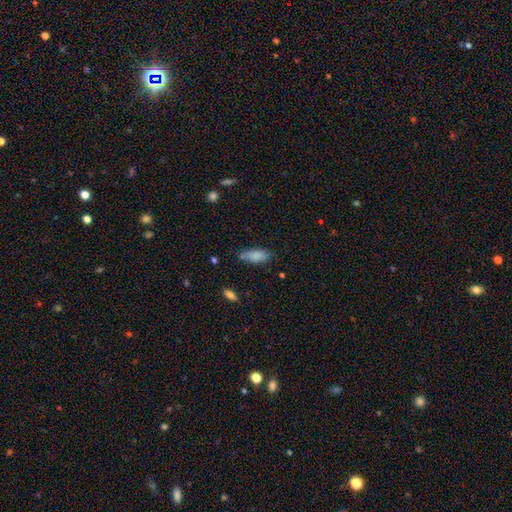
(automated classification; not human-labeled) Smooth or featured?
  - smooth: 83% *
  - featured or disk: 10%
  - star or artifact: 7%
How rounded?
  - in between: 76% *
  - cigar-shaped: 23%
  - round: 2%
Merging?
  - none: 71% *
  - minor disturbance: 23%
  - major disturbance: 4%
  - merger: 2%